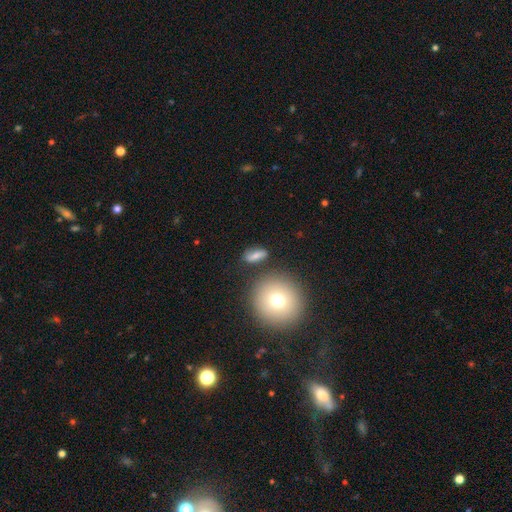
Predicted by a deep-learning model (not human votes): Q: Smooth or featured?
A: smooth (71%); runner-up: featured or disk (18%)
Q: How rounded?
A: in between (65%); runner-up: round (20%)
Q: Merging?
A: none (74%); runner-up: minor disturbance (14%)